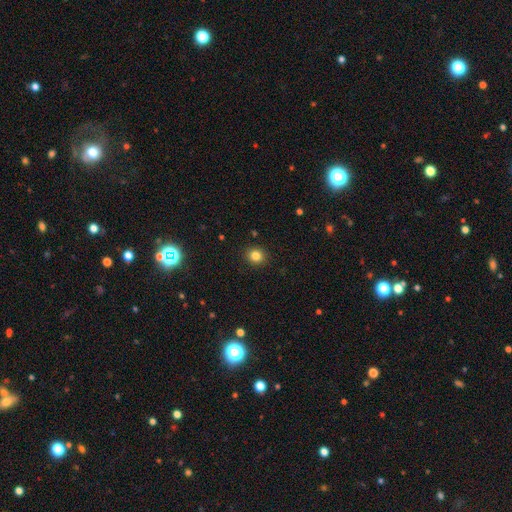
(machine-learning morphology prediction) The model was most divided on "how rounded": round: 84%, in between: 16%, cigar-shaped: 1%. More confident: merging — none (92%); smooth or featured — smooth (82%).